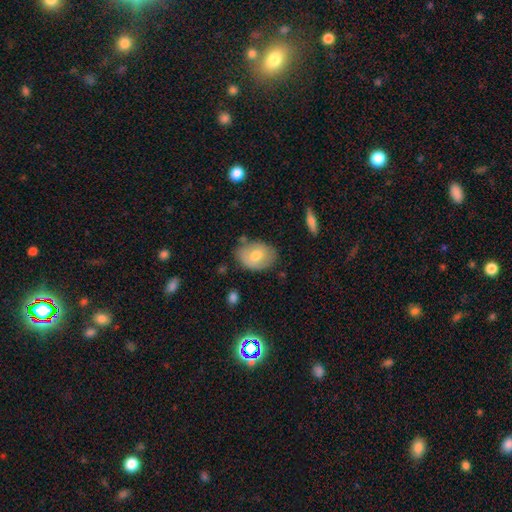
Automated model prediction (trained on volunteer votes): Smooth or featured: smooth — 63% (featured or disk — 29%)
How rounded: in between — 70% (round — 29%)
Merging: none — 72% (minor disturbance — 21%)